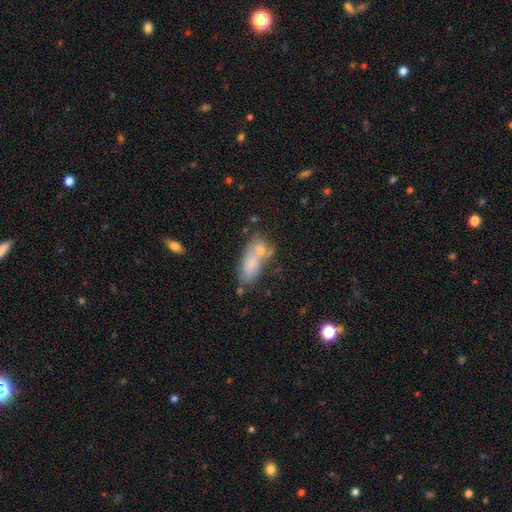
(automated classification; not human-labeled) smooth-or-featured: smooth: 69% | featured or disk: 19% | star or artifact: 12%
  how-rounded: in between: 78% | cigar-shaped: 15% | round: 6%
  merging: none: 43% | merger: 33% | minor disturbance: 16% | major disturbance: 8%